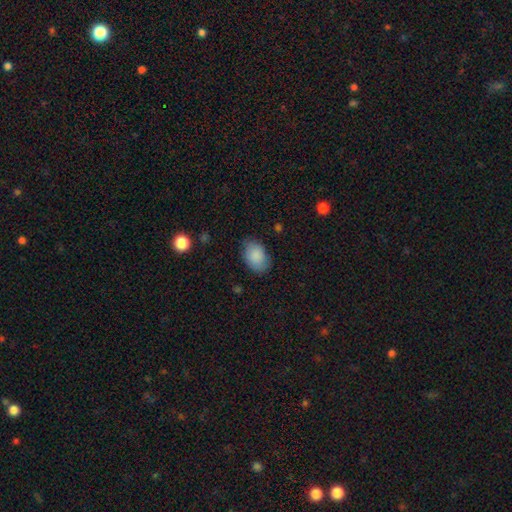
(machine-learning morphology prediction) type=smooth (88%); roundness=in between (86%); merging=none (79%).